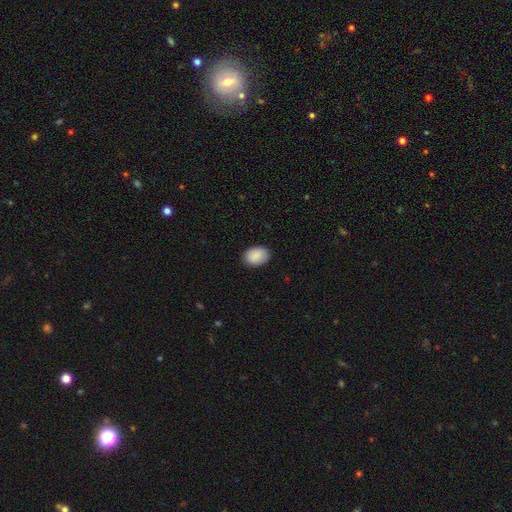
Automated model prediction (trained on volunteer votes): smooth 90%, star or artifact 7%, featured or disk 4%. Down the decision tree: how rounded — in between (80%); merging — none (87%).